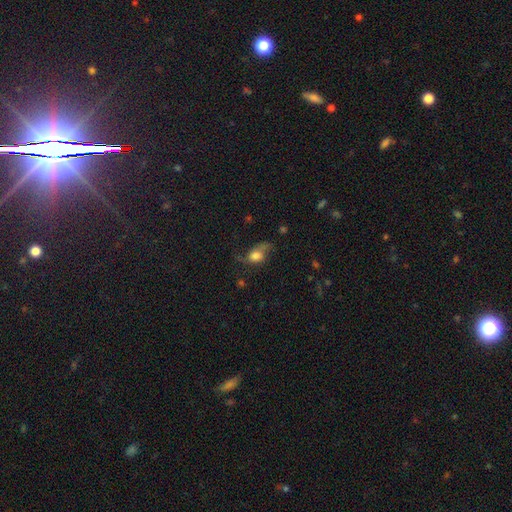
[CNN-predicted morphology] This appears to be a smooth galaxy with no disk features (60%) that is in between round and cigar-shaped (66%). Merging: none (42%).